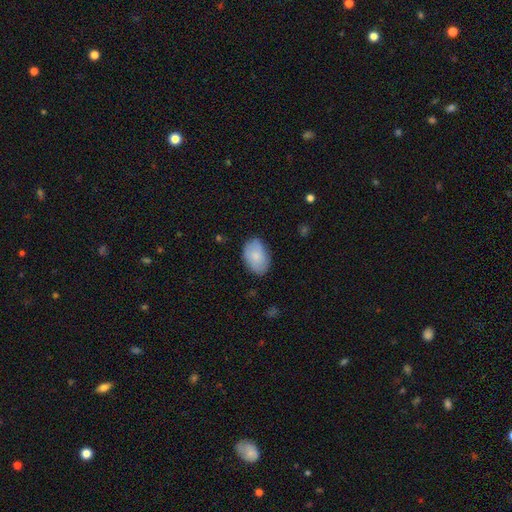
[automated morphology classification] smooth-or-featured: smooth: 81% | featured or disk: 13% | star or artifact: 6%
  how-rounded: in between: 89% | round: 10% | cigar-shaped: 1%
  merging: none: 77% | minor disturbance: 18% | major disturbance: 4% | merger: 1%